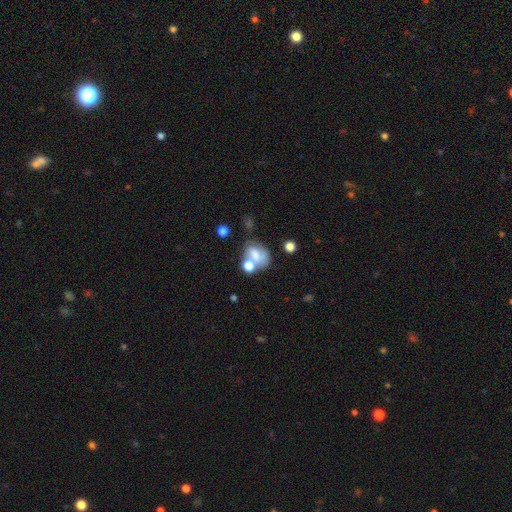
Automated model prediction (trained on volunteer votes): Smooth or featured? smooth (56%)
How rounded? in between (62%)
Merging? merger (40%)